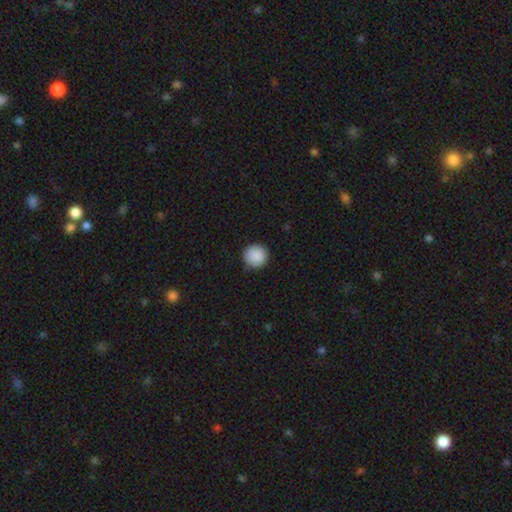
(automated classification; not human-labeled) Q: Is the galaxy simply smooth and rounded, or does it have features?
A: smooth — 90%.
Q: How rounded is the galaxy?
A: round — 95%.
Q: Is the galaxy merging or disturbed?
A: none — 91%.